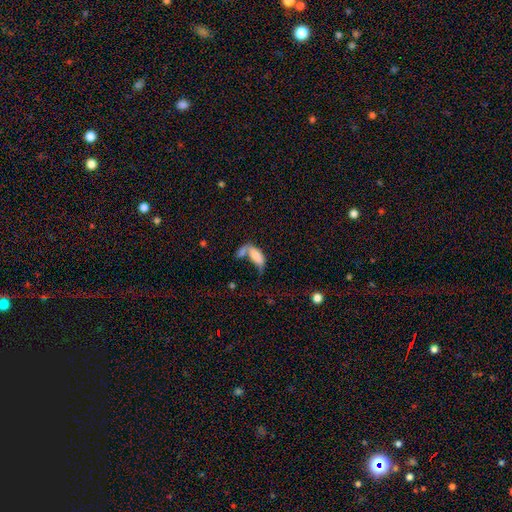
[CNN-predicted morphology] This is likely a smooth galaxy (75%). How rounded: clearly in between (84%). Merging: possibly merger (48%).